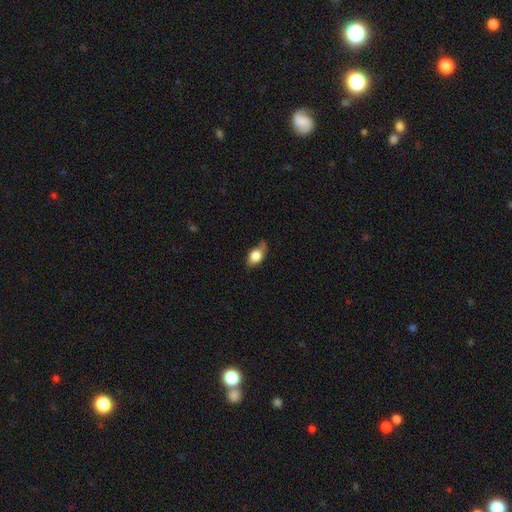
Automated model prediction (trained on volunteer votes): A smooth galaxy with no disk features (75%) that is in between round and cigar-shaped (82%).

Vote fractions:
- Smooth or featured? smooth: 75% / featured or disk: 18% / star or artifact: 8%
- How rounded? in between: 82% / round: 14% / cigar-shaped: 4%
- Merging? none: 55% / minor disturbance: 35% / major disturbance: 8% / merger: 2%